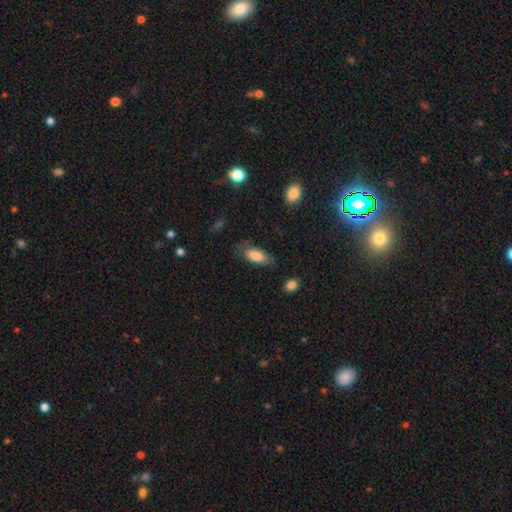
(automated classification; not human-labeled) smooth 80%, featured or disk 13%, star or artifact 7%. Down the decision tree: how rounded — in between (85%); merging — none (66%).